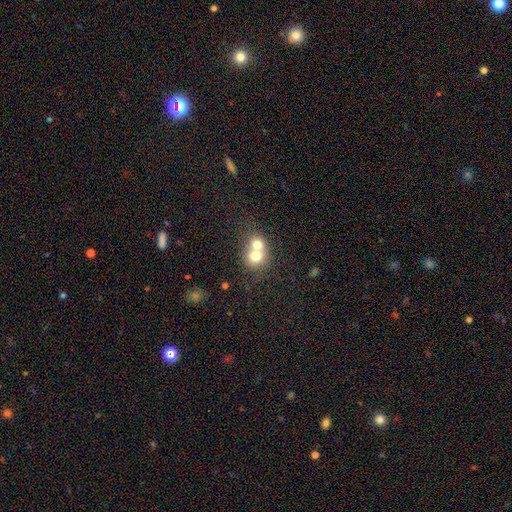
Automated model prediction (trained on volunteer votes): Smooth or featured: smooth — 70% (featured or disk — 19%)
How rounded: round — 77% (in between — 22%)
Merging: merger — 71% (none — 23%)